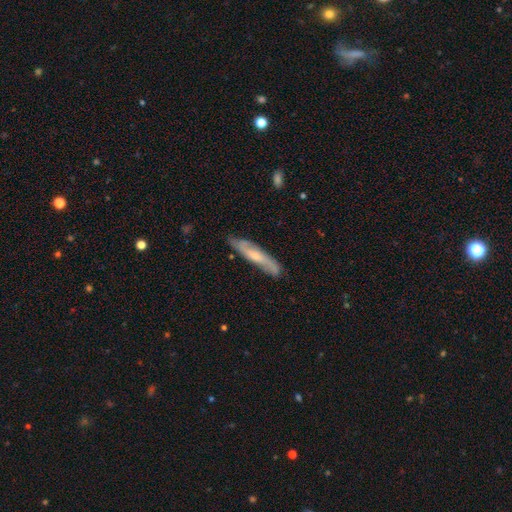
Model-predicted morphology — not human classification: This is likely a featured or disk galaxy (63%). It is possibly not viewed edge-on (55%). Merging: likely none (78%).